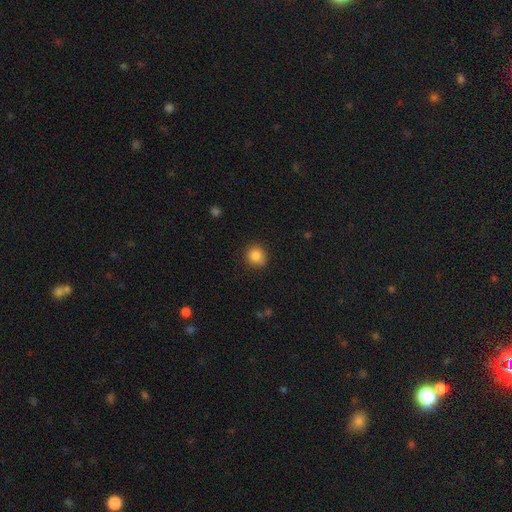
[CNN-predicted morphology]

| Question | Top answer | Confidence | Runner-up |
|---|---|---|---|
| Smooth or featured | smooth | 85% | star or artifact (10%) |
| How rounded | round | 85% | in between (14%) |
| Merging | none | 87% | minor disturbance (10%) |